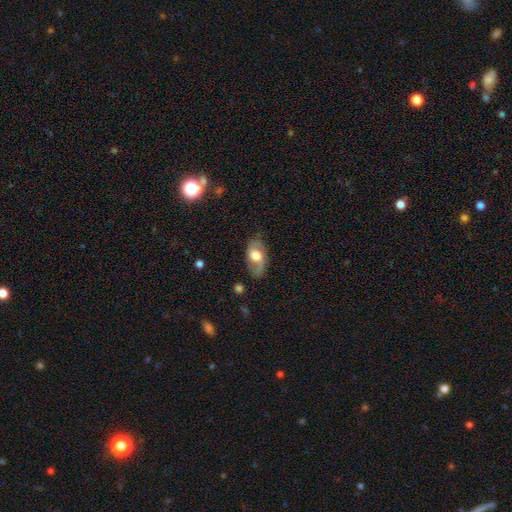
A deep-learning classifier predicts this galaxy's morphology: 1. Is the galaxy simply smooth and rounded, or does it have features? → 50% featured or disk, 43% smooth, 7% star or artifact.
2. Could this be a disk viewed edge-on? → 86% no, 14% yes.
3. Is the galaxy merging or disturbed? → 72% none, 19% minor disturbance, 7% major disturbance, 2% merger.